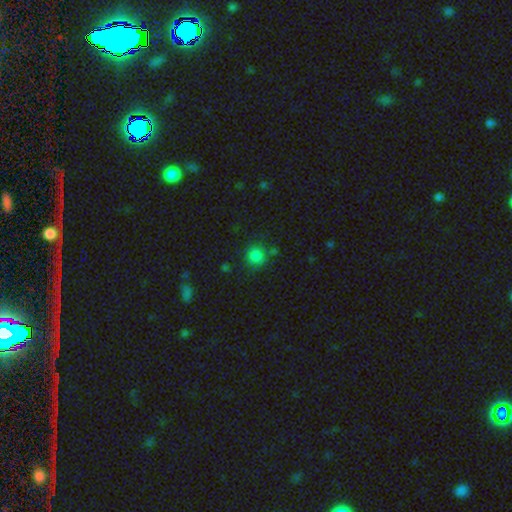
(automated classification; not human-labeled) Smooth or featured: smooth — 83% (star or artifact — 13%)
How rounded: round — 91% (in between — 8%)
Merging: none — 80% (minor disturbance — 11%)